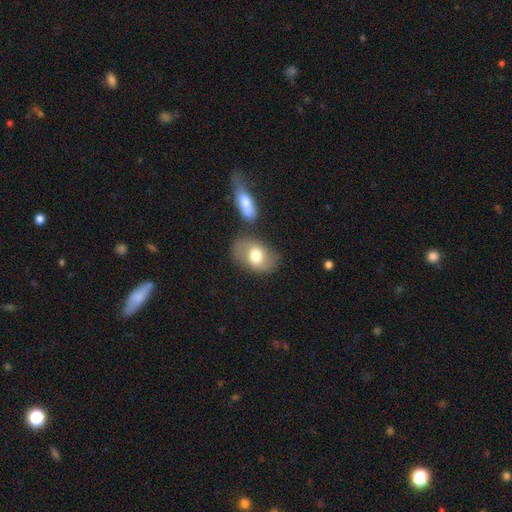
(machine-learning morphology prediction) Overall: smooth (62%; featured or disk 31%). How rounded: in between (80%). Merging: none (67%).